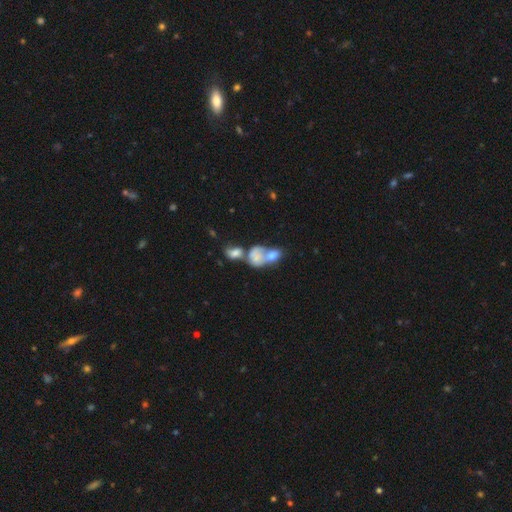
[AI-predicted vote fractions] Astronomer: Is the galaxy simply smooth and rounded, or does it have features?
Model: smooth — 64%.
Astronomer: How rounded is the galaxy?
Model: in between — 76%.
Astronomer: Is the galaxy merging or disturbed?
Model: merger — 70%.